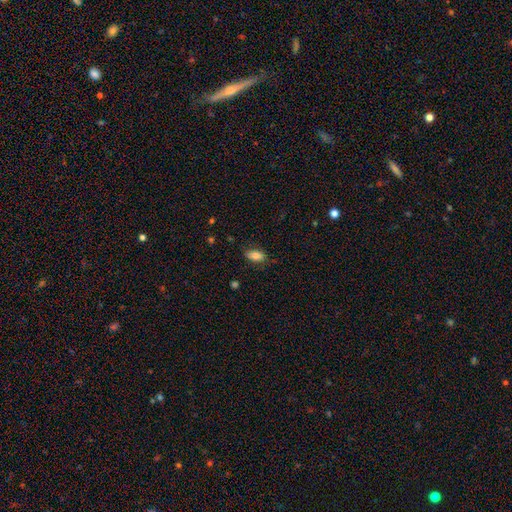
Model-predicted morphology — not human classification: A smooth galaxy with no disk features (81%) that is in between round and cigar-shaped (90%). Merging: none (78%).